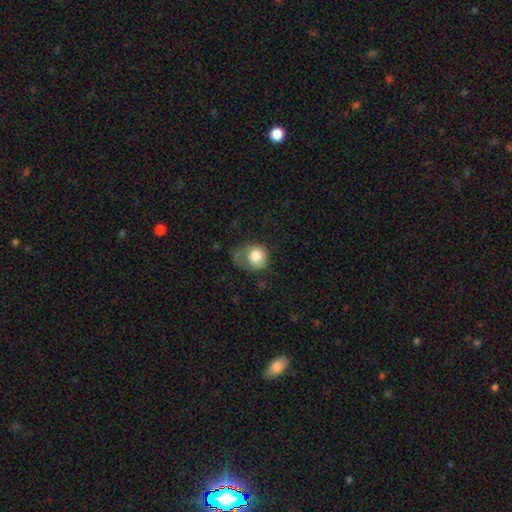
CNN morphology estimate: Overall: smooth (78%). How rounded: round (71%). Merging: major disturbance (35%; none 31%).